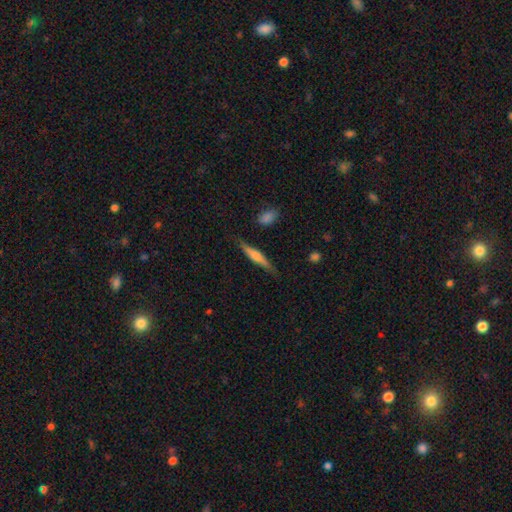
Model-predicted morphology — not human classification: type=featured or disk (49%); merging=none (82%).